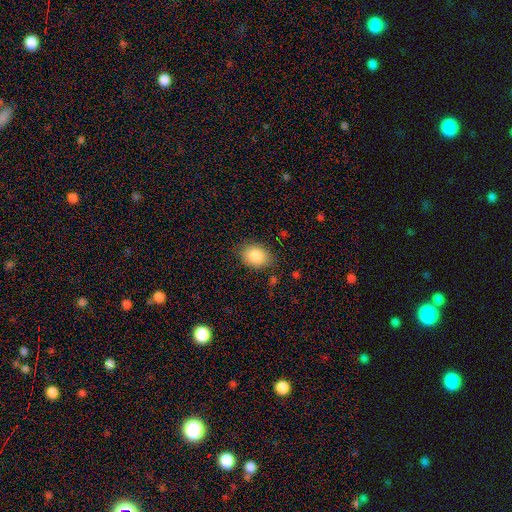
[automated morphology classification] This appears to be a smooth galaxy with no disk features (85%) that is in between round and cigar-shaped (71%). Merging: none (80%).